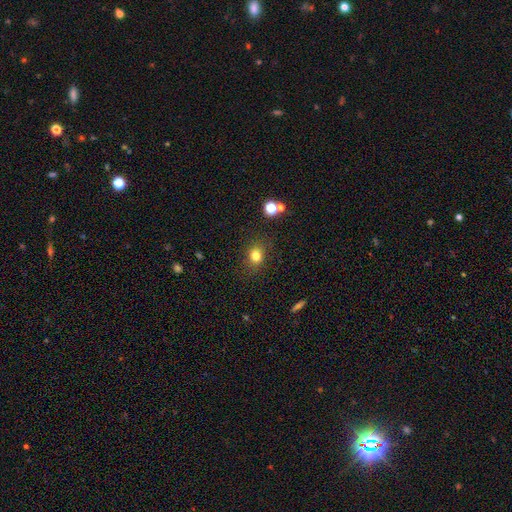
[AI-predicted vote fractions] This is likely a smooth galaxy (78%). How rounded: likely round (63%). Merging: clearly none (84%).